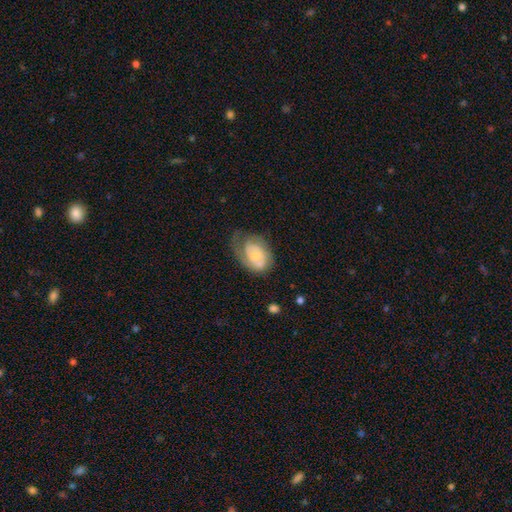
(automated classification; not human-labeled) Smooth or featured? Predicted: featured or disk (p=0.59). Edge-on disk? Predicted: no (p=0.97). Bar? Predicted: no (p=0.64). Spiral arms? Predicted: yes (p=0.77). Bulge size? Predicted: small (p=0.53). Merging? Predicted: none (p=0.42).